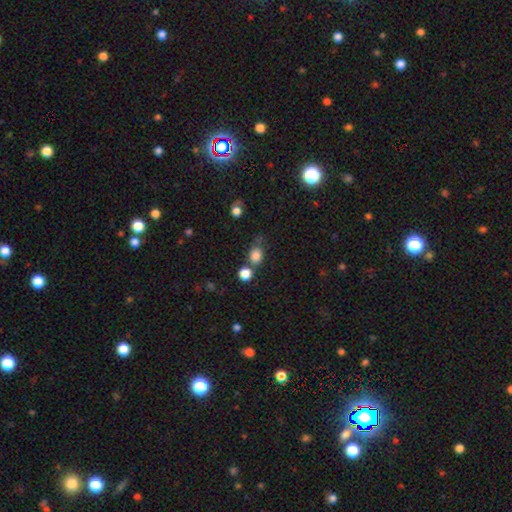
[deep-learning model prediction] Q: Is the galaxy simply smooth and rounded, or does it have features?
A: smooth — 82%.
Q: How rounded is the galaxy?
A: round — 53%.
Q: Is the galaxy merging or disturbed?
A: none — 55%.